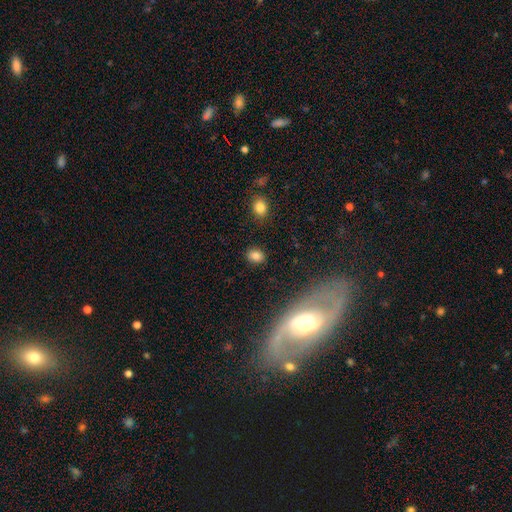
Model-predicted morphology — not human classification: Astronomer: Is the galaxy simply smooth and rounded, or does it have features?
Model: smooth — 82%.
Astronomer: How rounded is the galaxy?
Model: in between — 54% (runner-up: round, 44%).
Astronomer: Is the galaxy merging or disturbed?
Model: none — 87%.